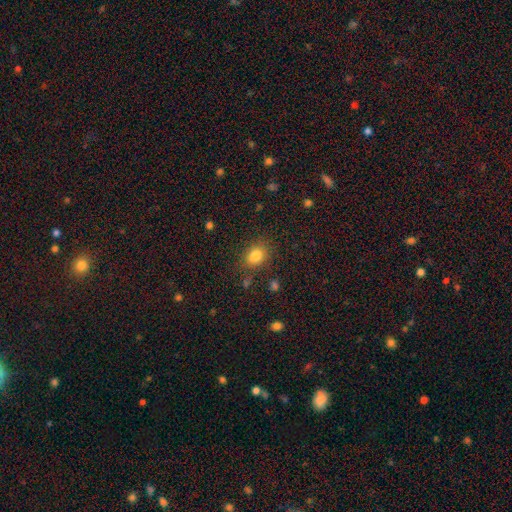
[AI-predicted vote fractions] smooth 82%, star or artifact 12%, featured or disk 7%. Down the decision tree: how rounded — in between (60%); merging — none (77%).